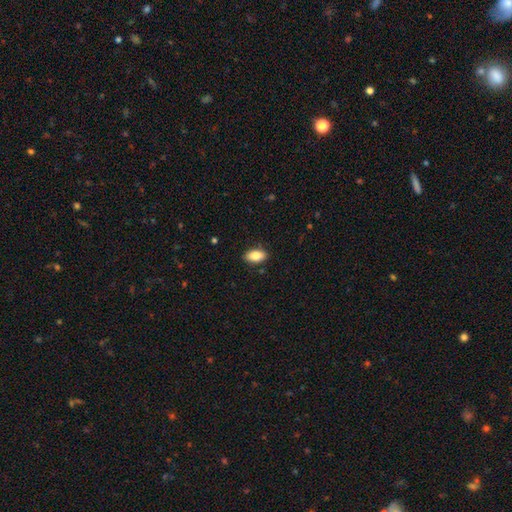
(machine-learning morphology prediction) This is clearly a smooth galaxy (84%). How rounded: clearly in between (92%). Merging: clearly none (87%).